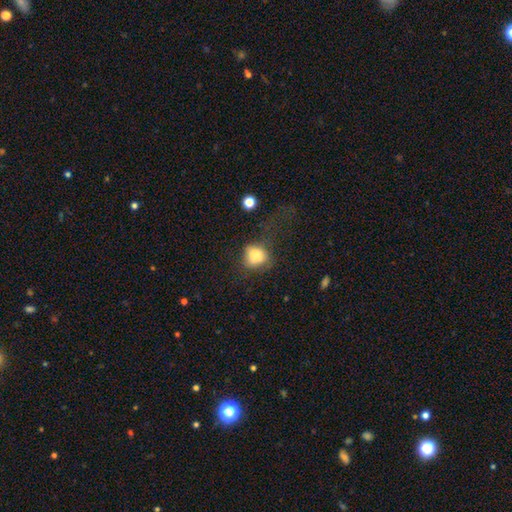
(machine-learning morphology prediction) Q: Smooth or featured?
A: smooth (80%); runner-up: star or artifact (10%)
Q: How rounded?
A: round (65%); runner-up: in between (34%)
Q: Merging?
A: none (45%); runner-up: major disturbance (26%)